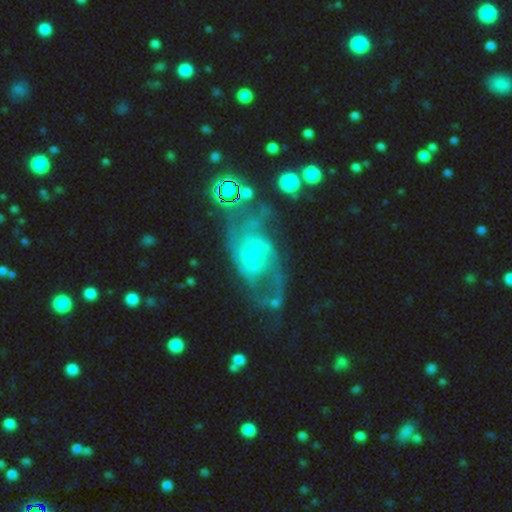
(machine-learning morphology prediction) This is likely a featured or disk galaxy (75%). It is clearly not viewed edge-on (96%). Bar: possibly no (57%). Spiral arm pattern: clearly yes (86%). Spiral arm count: likely 2 (61%). Spiral winding: marginally medium (44%). Central bulge: marginally small (34%). Merging: marginally none (40%).